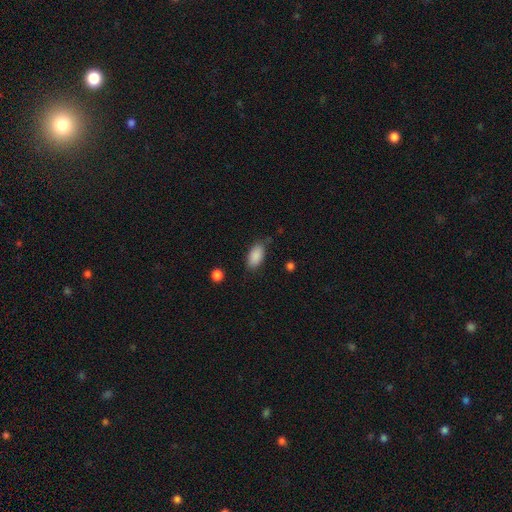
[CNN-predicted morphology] Smooth or featured? smooth (88%)
How rounded? in between (93%)
Merging? none (77%)